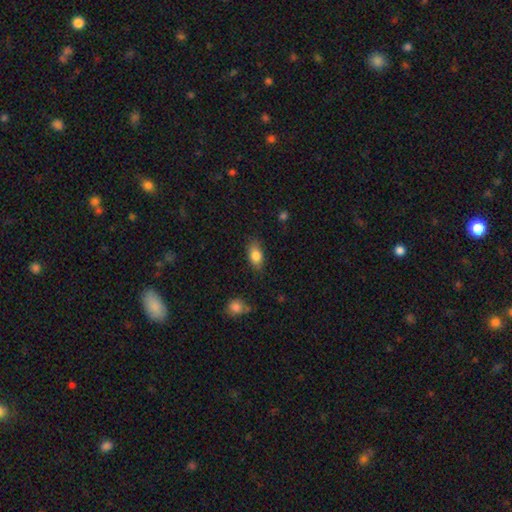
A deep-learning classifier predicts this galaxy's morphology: The model was most divided on "merging": none: 80%, minor disturbance: 16%, major disturbance: 3%, merger: 1%. More confident: how rounded — in between (86%); smooth or featured — smooth (83%).